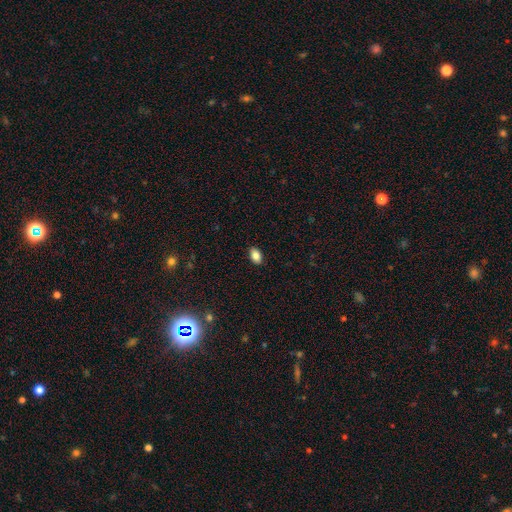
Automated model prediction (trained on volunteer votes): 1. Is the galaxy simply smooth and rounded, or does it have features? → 86% smooth, 8% star or artifact, 6% featured or disk.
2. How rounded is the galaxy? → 88% in between, 10% round, 2% cigar-shaped.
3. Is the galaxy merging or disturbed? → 89% none, 8% minor disturbance, 2% major disturbance, 1% merger.